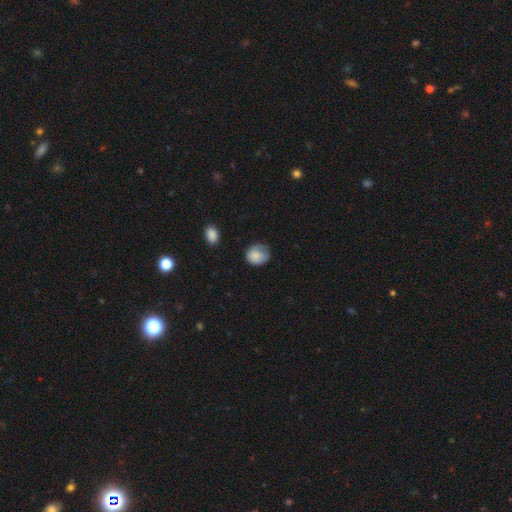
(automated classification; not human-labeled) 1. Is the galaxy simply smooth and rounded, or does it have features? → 80% smooth, 13% featured or disk, 7% star or artifact.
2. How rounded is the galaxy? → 69% round, 30% in between, 1% cigar-shaped.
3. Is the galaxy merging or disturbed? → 48% none, 35% minor disturbance, 15% major disturbance, 2% merger.